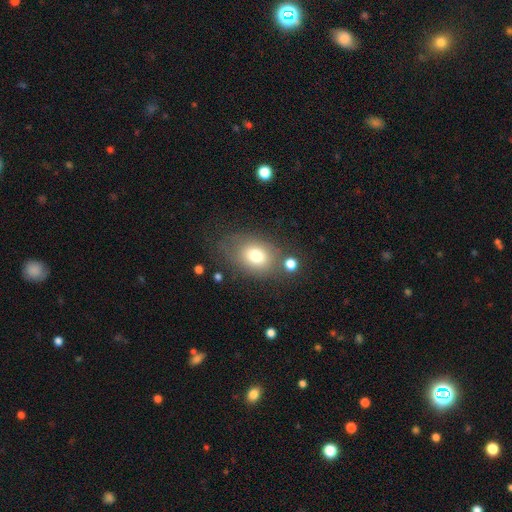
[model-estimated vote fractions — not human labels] smooth-or-featured: smooth: 74% | featured or disk: 15% | star or artifact: 11%
  how-rounded: in between: 67% | round: 32% | cigar-shaped: 1%
  merging: none: 62% | minor disturbance: 19% | major disturbance: 10% | merger: 9%